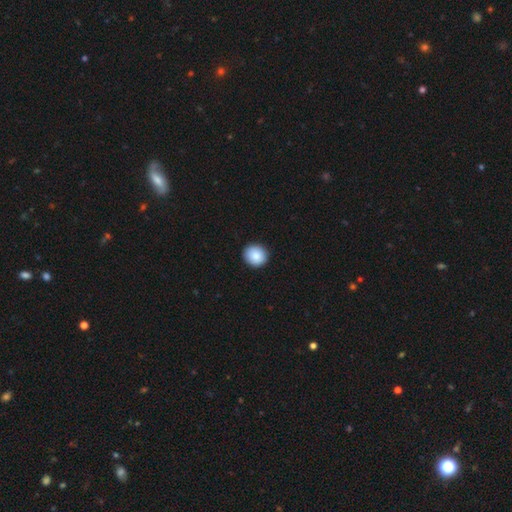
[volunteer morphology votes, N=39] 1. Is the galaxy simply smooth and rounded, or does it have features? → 92% smooth, 5% star or artifact, 3% featured or disk.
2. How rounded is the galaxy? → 86% round, 14% in between, 0% cigar-shaped.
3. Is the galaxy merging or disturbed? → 86% none, 11% minor disturbance, 3% major disturbance, 0% merger.